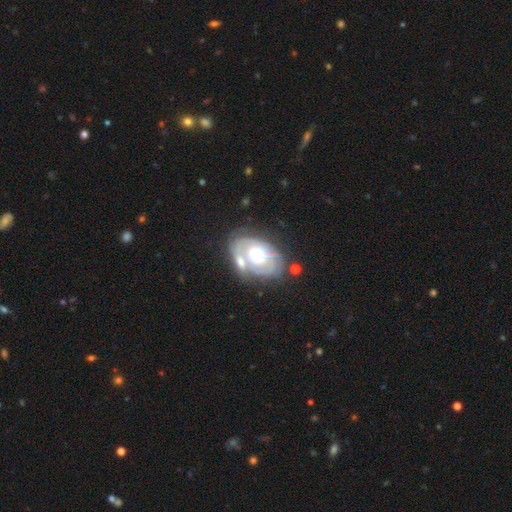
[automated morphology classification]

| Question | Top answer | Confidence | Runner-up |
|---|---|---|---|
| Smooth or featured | featured or disk | 64% | smooth (26%) |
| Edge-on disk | no | 94% | yes (6%) |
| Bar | no | 83% | weak (12%) |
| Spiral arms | no | 62% | yes (38%) |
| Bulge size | moderate | 52% | large (38%) |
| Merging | none | 58% | minor disturbance (19%) |